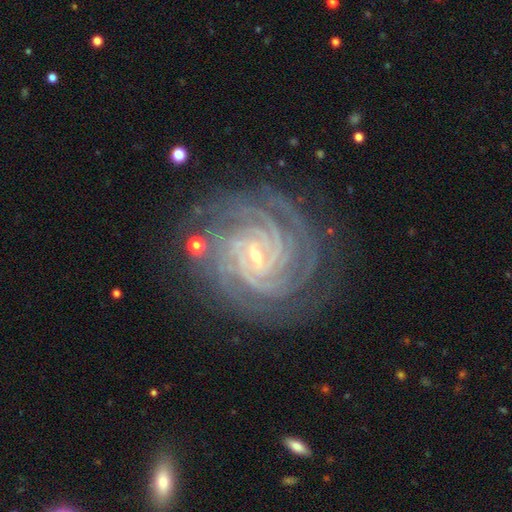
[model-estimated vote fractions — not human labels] Smooth or featured? featured or disk (93%)
Edge-on disk? no (98%)
Bar? weak (45%)
Spiral arms? yes (99%)
Spiral winding? tight (86%)
Spiral arm count? 4 (37%)
Bulge size? small (79%)
Merging? none (80%)